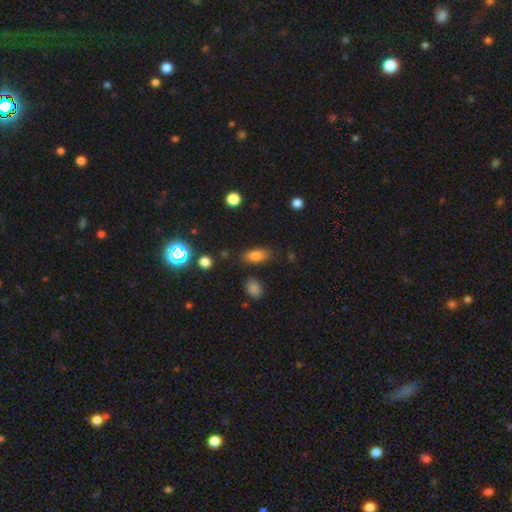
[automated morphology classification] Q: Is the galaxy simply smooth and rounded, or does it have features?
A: smooth — 80%.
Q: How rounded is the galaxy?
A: in between — 84%.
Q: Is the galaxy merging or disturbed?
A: none — 77%.